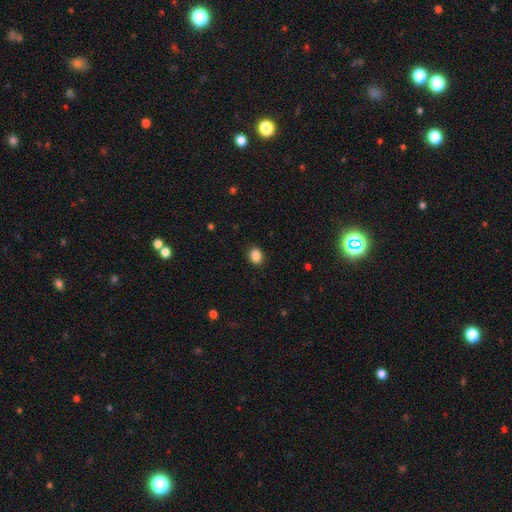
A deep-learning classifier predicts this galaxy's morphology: smooth-or-featured: smooth: 87% | star or artifact: 10% | featured or disk: 4%
  how-rounded: round: 50% | in between: 49% | cigar-shaped: 1%
  merging: none: 89% | minor disturbance: 8% | major disturbance: 2% | merger: 1%